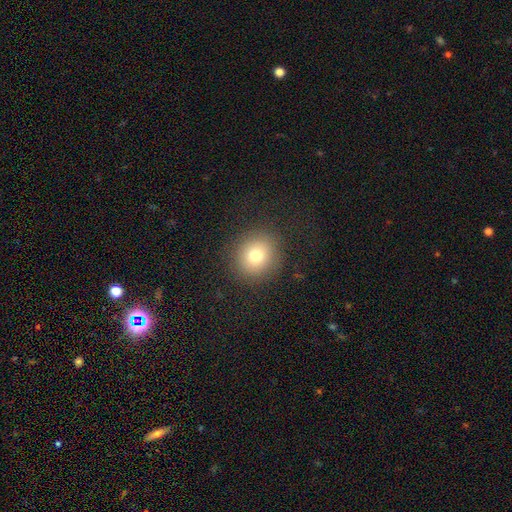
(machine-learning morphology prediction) Smooth or featured? Predicted: smooth (p=0.77). How rounded? Predicted: round (p=0.85). Merging? Predicted: none (p=0.88).